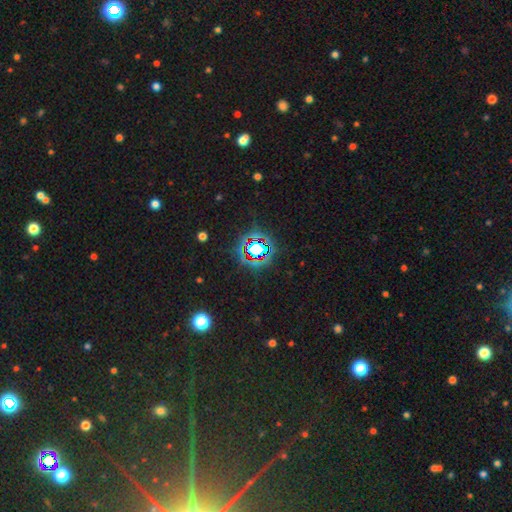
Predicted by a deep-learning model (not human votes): smooth_or_featured: star or artifact (p=0.74) [alt: smooth p=0.16]